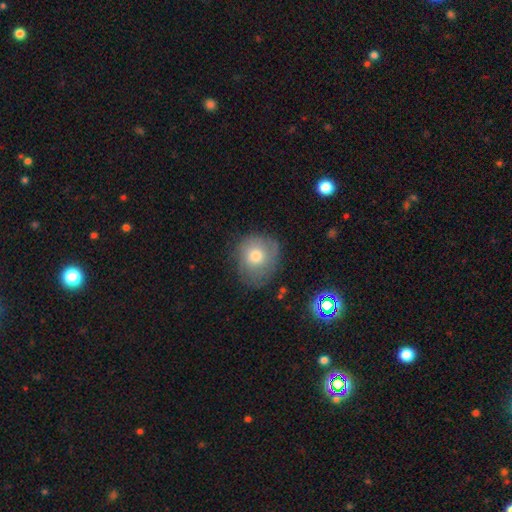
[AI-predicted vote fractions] Smooth or featured: smooth — 64% (featured or disk — 27%)
How rounded: round — 79% (in between — 20%)
Merging: none — 69% (minor disturbance — 22%)